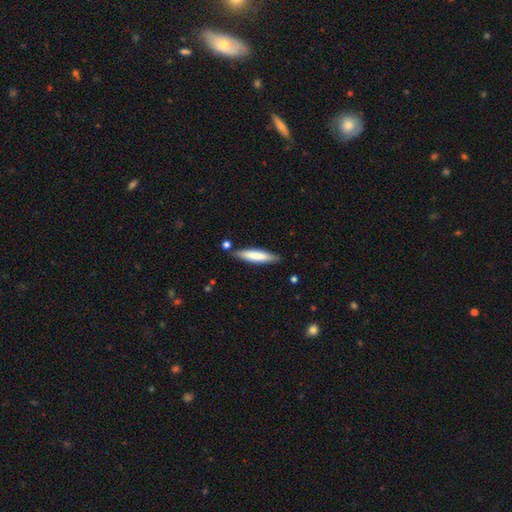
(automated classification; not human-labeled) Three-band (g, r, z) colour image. It shows a smooth galaxy with no disk features (74%) that is cigar-shaped (81%). Merging: none (82%).